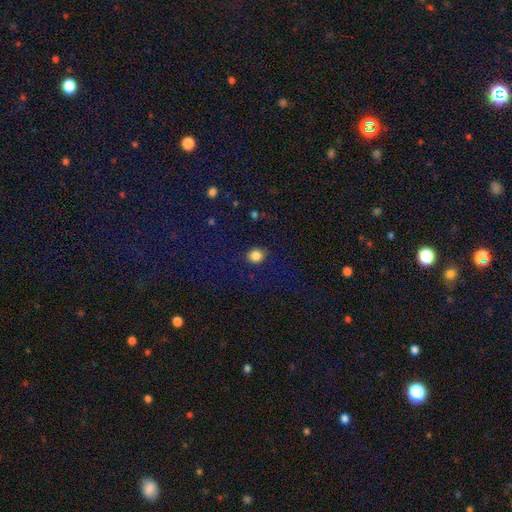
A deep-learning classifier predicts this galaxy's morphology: This appears to be a smooth galaxy with no disk features (85%) that is round (83%). Merging: none (87%).